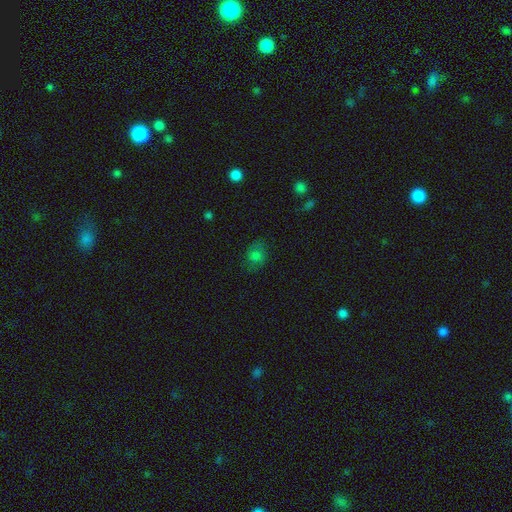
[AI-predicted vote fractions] The model was most divided on "how rounded": in between: 51%, round: 47%, cigar-shaped: 1%. More confident: smooth or featured — smooth (70%); merging — none (70%).